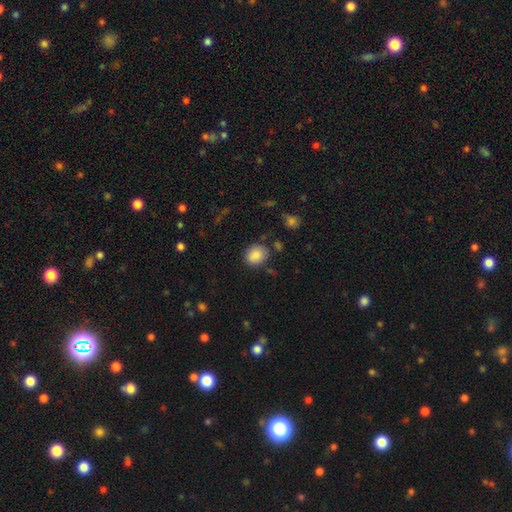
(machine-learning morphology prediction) Overall: smooth (86%). How rounded: round (62%; in between 37%). Merging: none (79%).